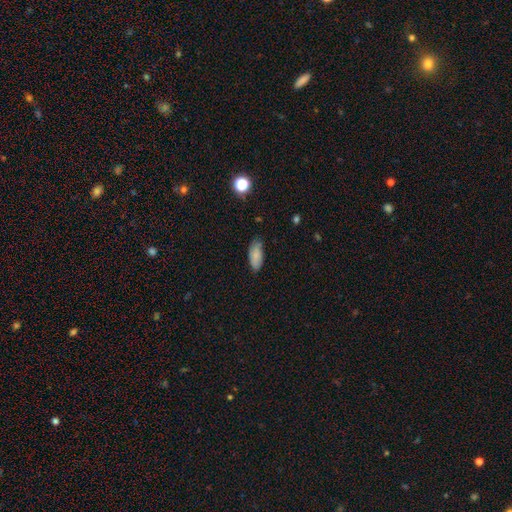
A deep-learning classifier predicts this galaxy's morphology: smooth 81%, featured or disk 11%, star or artifact 8%. Down the decision tree: how rounded — in between (88%); merging — none (73%).